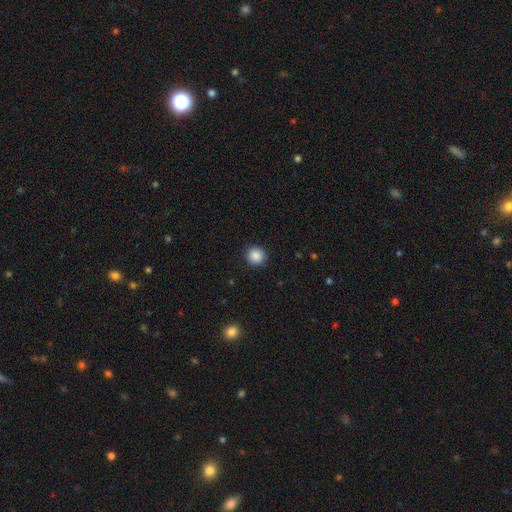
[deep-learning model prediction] Overall: smooth (87%). How rounded: round (93%). Merging: none (92%).